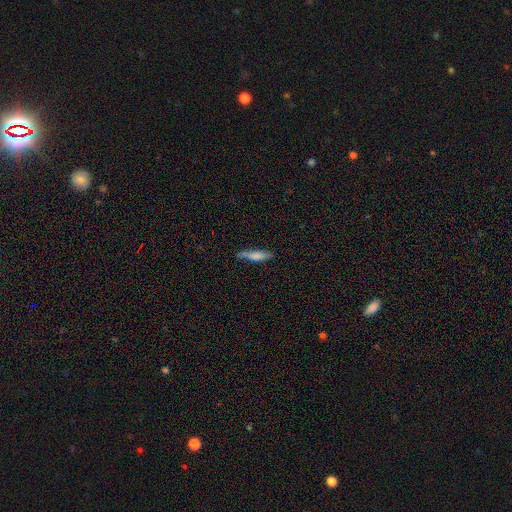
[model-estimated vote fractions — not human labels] A smooth galaxy with no disk features (70%) that is cigar-shaped (81%). Merging: none (67%).